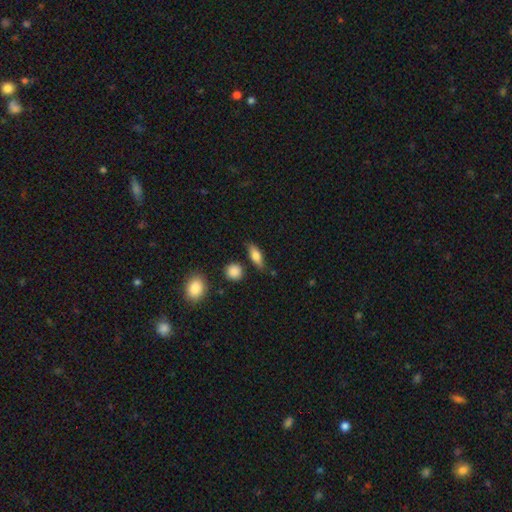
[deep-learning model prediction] A smooth galaxy with no disk features (71%) that is in between round and cigar-shaped (62%).

Vote fractions:
- Smooth or featured? smooth: 71% / featured or disk: 21% / star or artifact: 8%
- How rounded? in between: 62% / cigar-shaped: 32% / round: 6%
- Merging? none: 78% / minor disturbance: 14% / merger: 4% / major disturbance: 3%